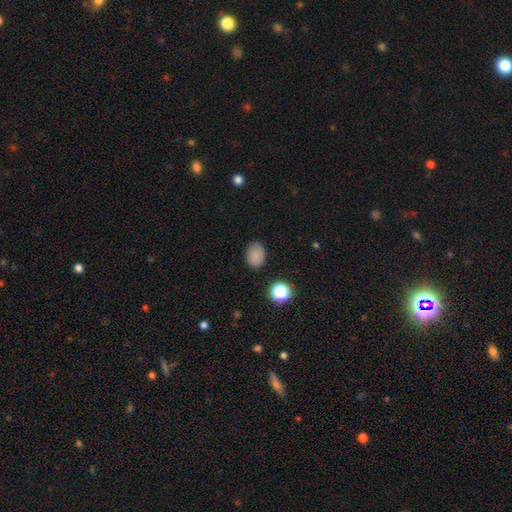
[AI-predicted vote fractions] A smooth galaxy with no disk features (83%) that is in between round and cigar-shaped (66%).

Vote fractions:
- Smooth or featured? smooth: 83% / star or artifact: 12% / featured or disk: 5%
- How rounded? in between: 66% / round: 33% / cigar-shaped: 1%
- Merging? none: 83% / minor disturbance: 12% / major disturbance: 3% / merger: 2%